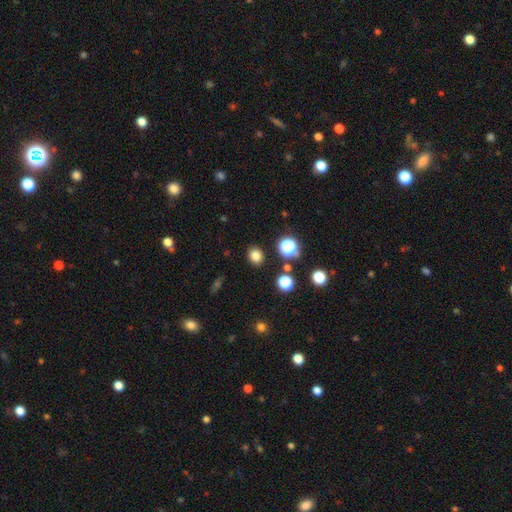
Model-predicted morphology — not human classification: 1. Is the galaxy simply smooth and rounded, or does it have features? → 80% smooth, 15% star or artifact, 5% featured or disk.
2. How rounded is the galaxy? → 70% round, 29% in between, 1% cigar-shaped.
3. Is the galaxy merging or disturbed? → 88% none, 7% minor disturbance, 2% major disturbance, 2% merger.